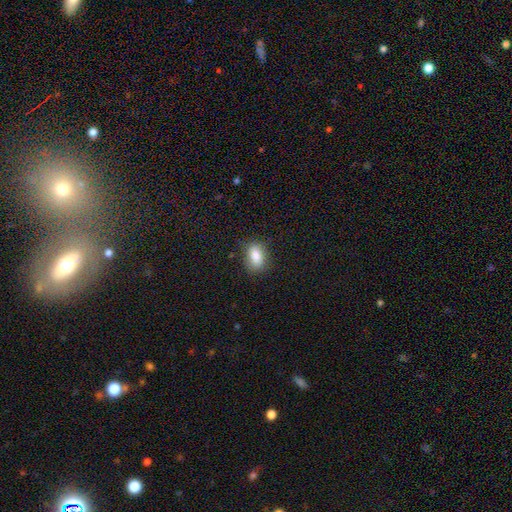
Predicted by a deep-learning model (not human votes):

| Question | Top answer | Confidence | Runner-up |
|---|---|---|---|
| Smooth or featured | smooth | 86% | star or artifact (8%) |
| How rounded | in between | 85% | round (12%) |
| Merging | none | 81% | minor disturbance (15%) |